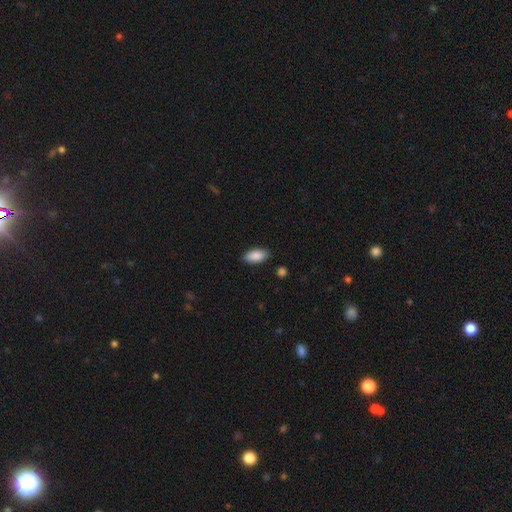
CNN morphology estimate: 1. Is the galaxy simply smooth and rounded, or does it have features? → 89% smooth, 7% star or artifact, 5% featured or disk.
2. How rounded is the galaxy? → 92% in between, 6% cigar-shaped, 2% round.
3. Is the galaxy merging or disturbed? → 86% none, 10% minor disturbance, 2% major disturbance, 1% merger.